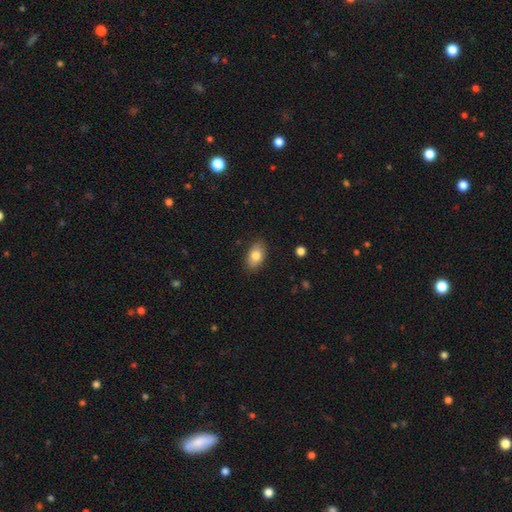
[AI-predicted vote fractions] smooth 81%, featured or disk 12%, star or artifact 7%. Down the decision tree: how rounded — in between (91%); merging — none (87%).